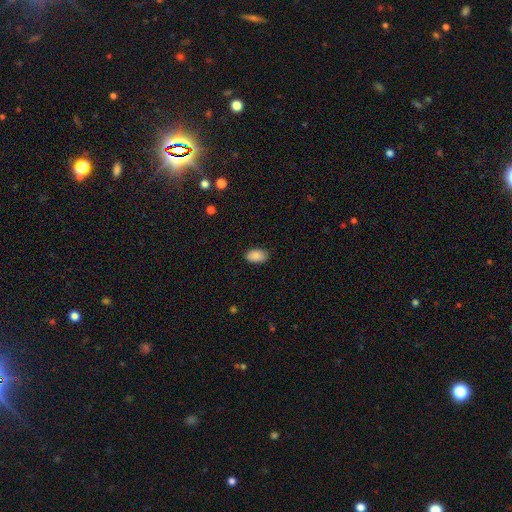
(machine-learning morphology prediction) A smooth galaxy with no disk features (88%) that is in between round and cigar-shaped (93%). Merging: none (86%).